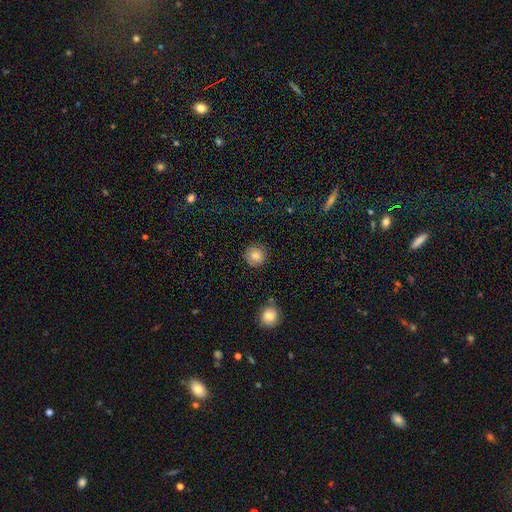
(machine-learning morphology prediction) A smooth galaxy with no disk features (81%) that is round (94%).

Vote fractions:
- Smooth or featured? smooth: 81% / star or artifact: 10% / featured or disk: 9%
- How rounded? round: 94% / in between: 6% / cigar-shaped: 1%
- Merging? none: 87% / minor disturbance: 9% / major disturbance: 2% / merger: 2%